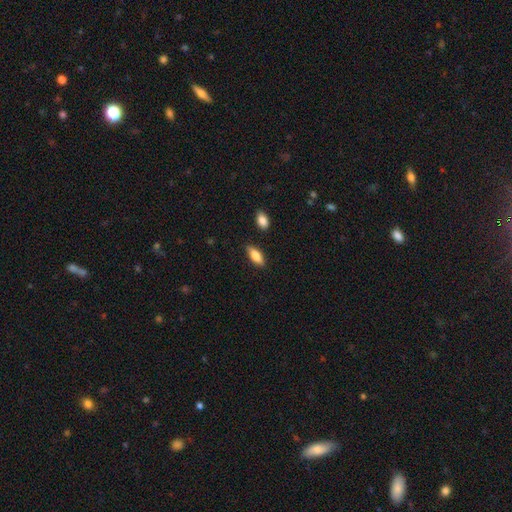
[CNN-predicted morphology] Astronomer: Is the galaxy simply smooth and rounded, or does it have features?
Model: smooth — 78%.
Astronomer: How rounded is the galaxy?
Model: in between — 74%.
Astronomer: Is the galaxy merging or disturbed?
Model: none — 85%.